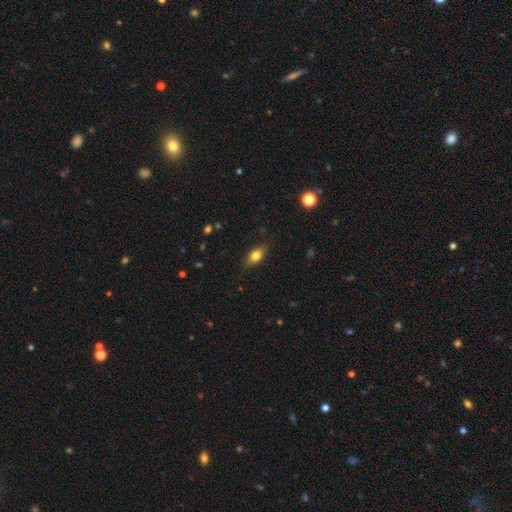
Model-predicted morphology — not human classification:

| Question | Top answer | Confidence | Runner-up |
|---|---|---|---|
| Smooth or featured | smooth | 74% | featured or disk (17%) |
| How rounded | in between | 78% | round (13%) |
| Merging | none | 82% | minor disturbance (14%) |